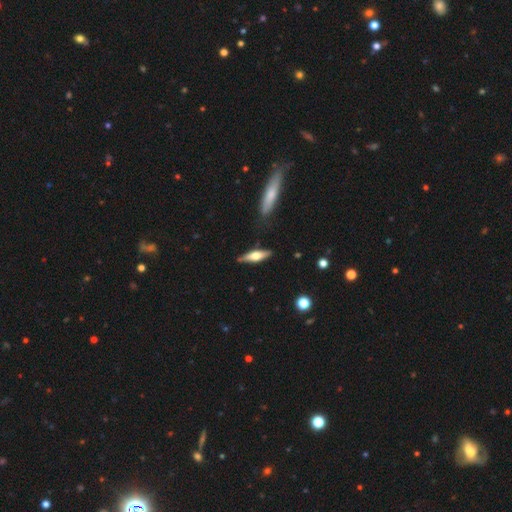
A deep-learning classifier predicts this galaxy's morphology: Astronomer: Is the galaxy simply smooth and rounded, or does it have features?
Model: featured or disk — 50% (runner-up: smooth, 44%).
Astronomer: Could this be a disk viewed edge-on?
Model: yes — 92%.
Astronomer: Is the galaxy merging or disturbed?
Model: none — 82%.